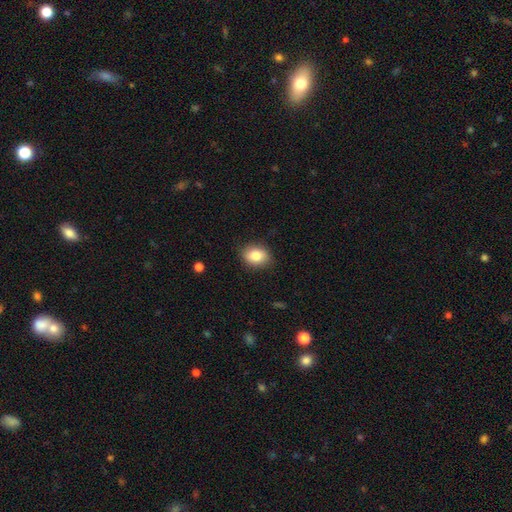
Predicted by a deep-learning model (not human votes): Smooth or featured?
  - smooth: 83% *
  - featured or disk: 9%
  - star or artifact: 8%
How rounded?
  - in between: 62% *
  - round: 37%
  - cigar-shaped: 1%
Merging?
  - none: 85% *
  - minor disturbance: 11%
  - major disturbance: 2%
  - merger: 1%